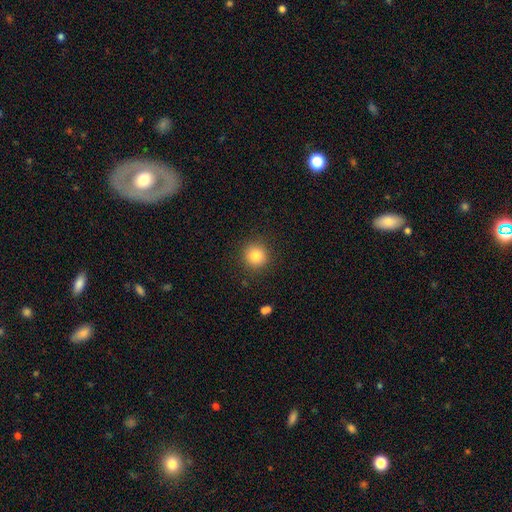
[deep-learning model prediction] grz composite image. It shows a smooth galaxy with no disk features (83%) that is round (93%). Merging: none (90%).